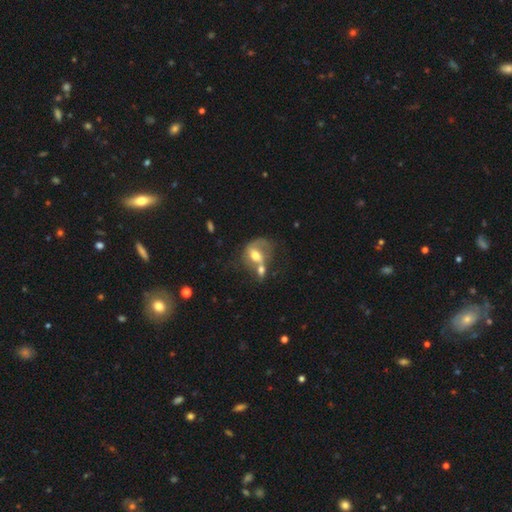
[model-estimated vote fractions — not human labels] A smooth galaxy with no disk features (46%).

Vote fractions:
- Smooth or featured? smooth: 46% / featured or disk: 45% / star or artifact: 9%
- Merging? merger: 56% / none: 18% / major disturbance: 14% / minor disturbance: 12%